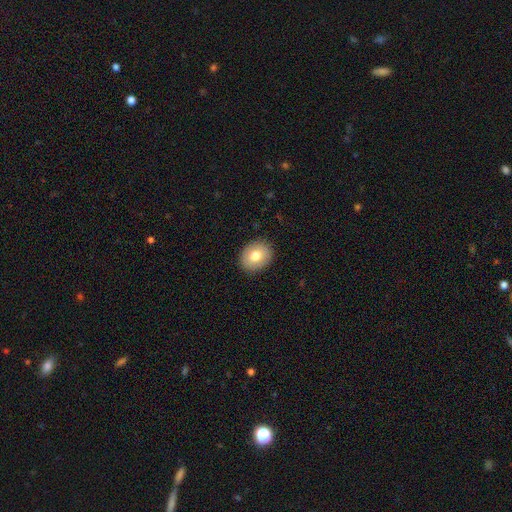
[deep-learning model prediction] Smooth or featured: smooth — 77% (featured or disk — 15%)
How rounded: round — 59% (in between — 41%)
Merging: none — 89% (minor disturbance — 8%)